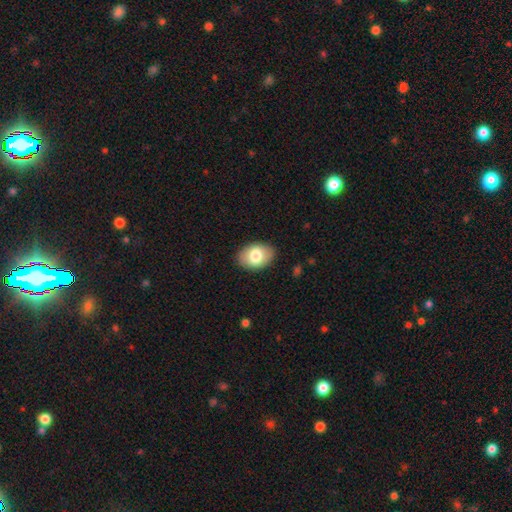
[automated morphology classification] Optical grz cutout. It shows a smooth galaxy with no disk features (77%) that is in between round and cigar-shaped (84%). Merging: none (87%).